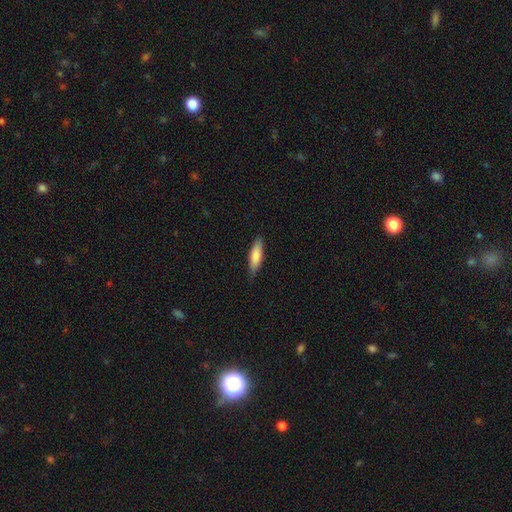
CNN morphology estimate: The model was most divided on "how rounded": cigar-shaped: 61%, in between: 38%, round: 2%. More confident: merging — none (82%); smooth or featured — smooth (76%).